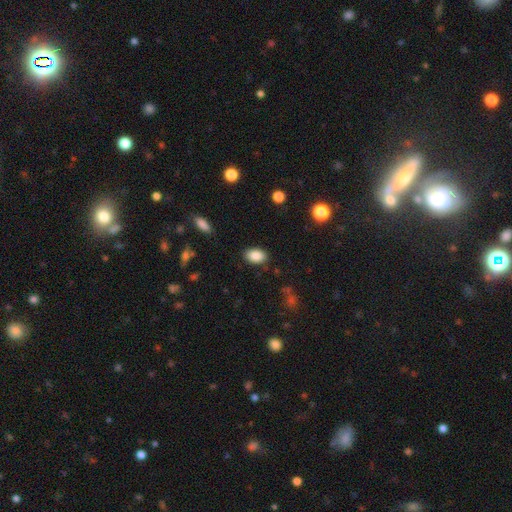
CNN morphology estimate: type=smooth (88%); roundness=in between (88%); merging=none (87%).